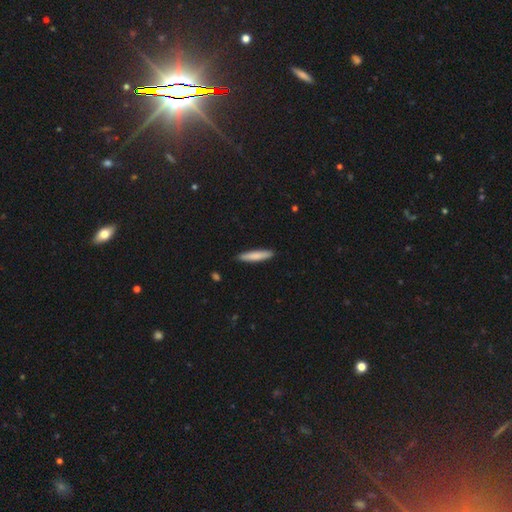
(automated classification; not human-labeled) smooth-or-featured: smooth: 81% | featured or disk: 14% | star or artifact: 5%
  how-rounded: cigar-shaped: 89% | in between: 9% | round: 1%
  merging: none: 89% | minor disturbance: 8% | major disturbance: 1% | merger: 1%